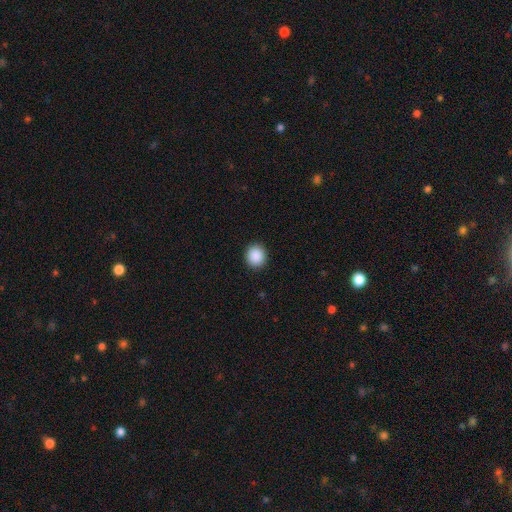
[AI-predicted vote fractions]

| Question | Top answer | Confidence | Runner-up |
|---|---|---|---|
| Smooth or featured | smooth | 90% | star or artifact (8%) |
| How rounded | round | 83% | in between (16%) |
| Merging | none | 92% | minor disturbance (6%) |